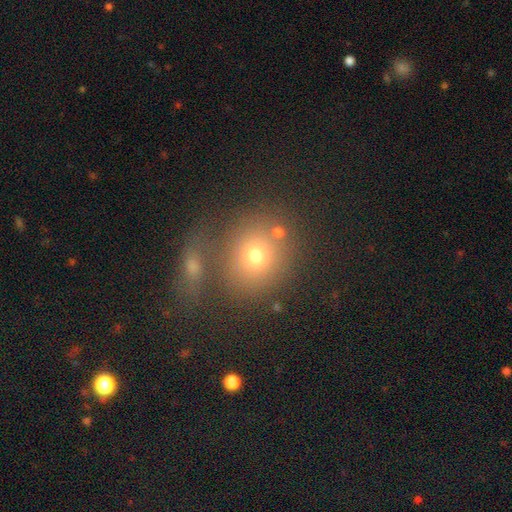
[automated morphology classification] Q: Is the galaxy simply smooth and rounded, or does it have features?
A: smooth — 69%.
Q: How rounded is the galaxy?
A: round — 80%.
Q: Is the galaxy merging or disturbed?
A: none — 58%.